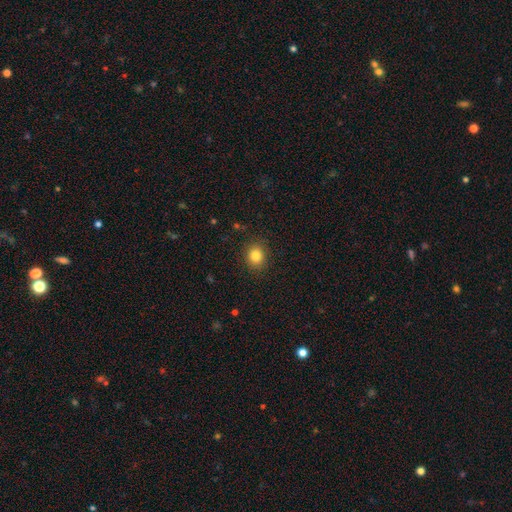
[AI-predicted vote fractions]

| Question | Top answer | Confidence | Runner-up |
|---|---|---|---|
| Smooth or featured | smooth | 83% | star or artifact (11%) |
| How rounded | round | 75% | in between (24%) |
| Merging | none | 89% | minor disturbance (8%) |